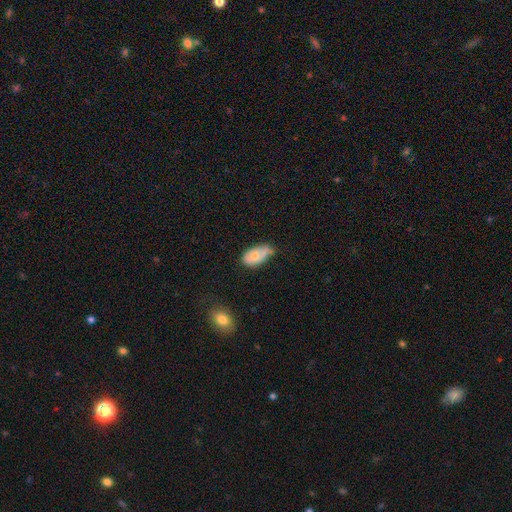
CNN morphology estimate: A smooth galaxy with no disk features (65%) that is in between round and cigar-shaped (92%).

Vote fractions:
- Smooth or featured? smooth: 65% / featured or disk: 28% / star or artifact: 7%
- How rounded? in between: 92% / round: 5% / cigar-shaped: 2%
- Merging? minor disturbance: 45% / none: 37% / major disturbance: 13% / merger: 5%